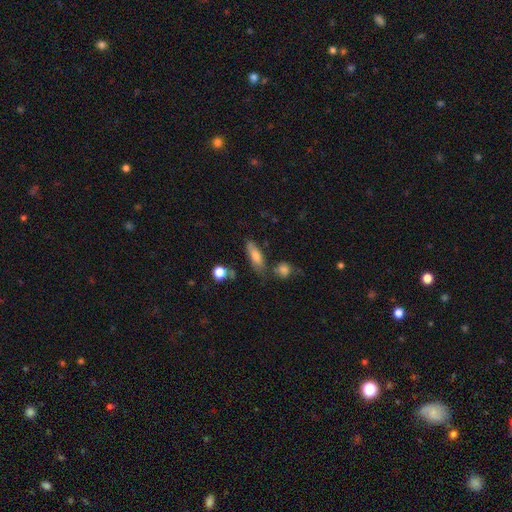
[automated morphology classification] Smooth or featured? smooth (74%)
How rounded? in between (56%)
Merging? none (66%)